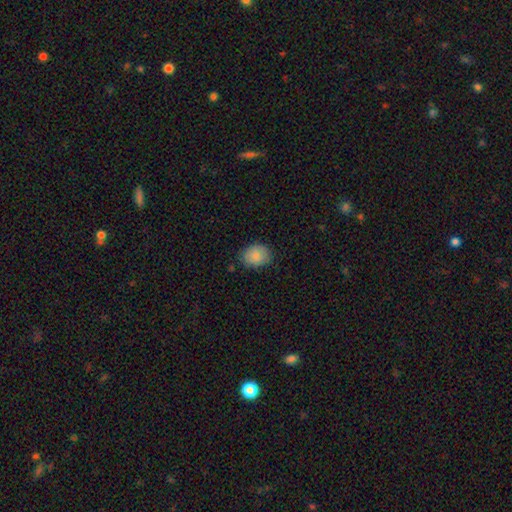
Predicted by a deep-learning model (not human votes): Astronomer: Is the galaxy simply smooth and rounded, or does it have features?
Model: smooth — 86%.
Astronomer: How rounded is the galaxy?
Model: in between — 58% (runner-up: round, 41%).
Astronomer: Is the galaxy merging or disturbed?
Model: none — 80%.